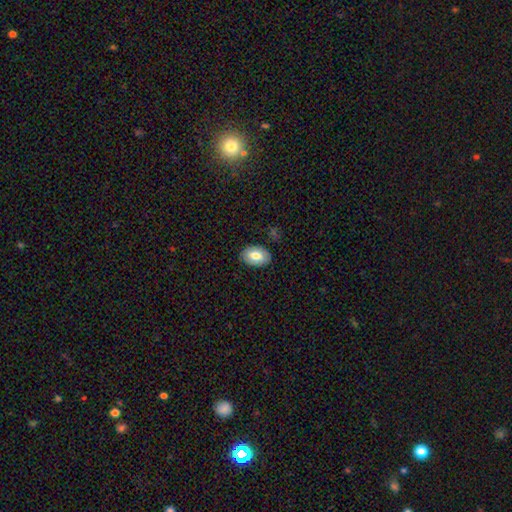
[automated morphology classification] Smooth or featured: smooth — 75% (featured or disk — 18%)
How rounded: in between — 88% (round — 11%)
Merging: none — 86% (minor disturbance — 10%)